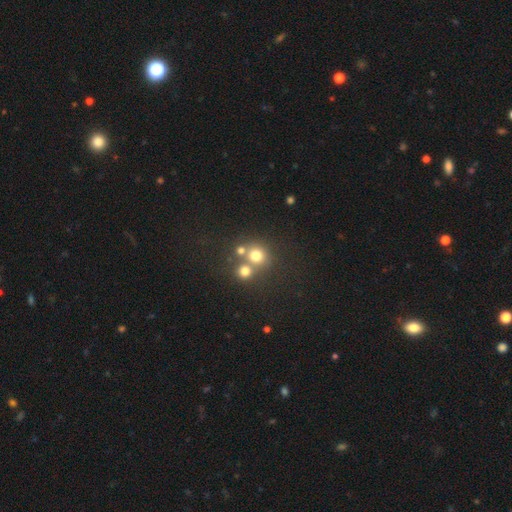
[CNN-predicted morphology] A smooth galaxy with no disk features (72%) that is round (88%). Merging: none (51%).